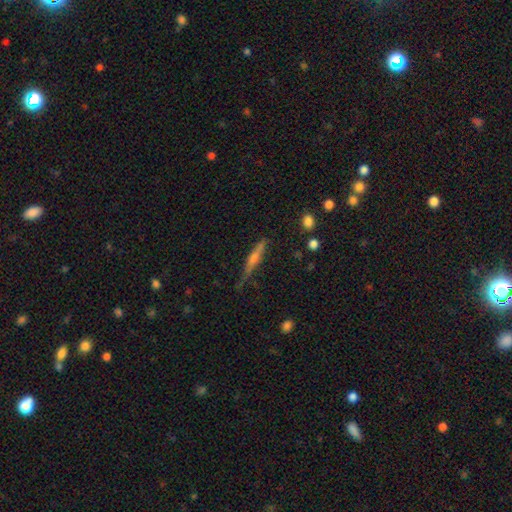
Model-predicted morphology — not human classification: Smooth or featured? featured or disk (56%)
Edge-on disk? yes (93%)
Edge-on bulge? rounded (71%)
Merging? none (69%)